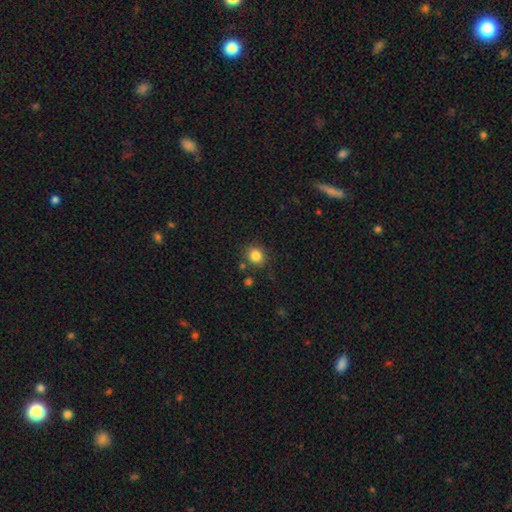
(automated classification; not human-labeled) smooth 83%, star or artifact 11%, featured or disk 5%. Down the decision tree: how rounded — round (78%); merging — none (81%).